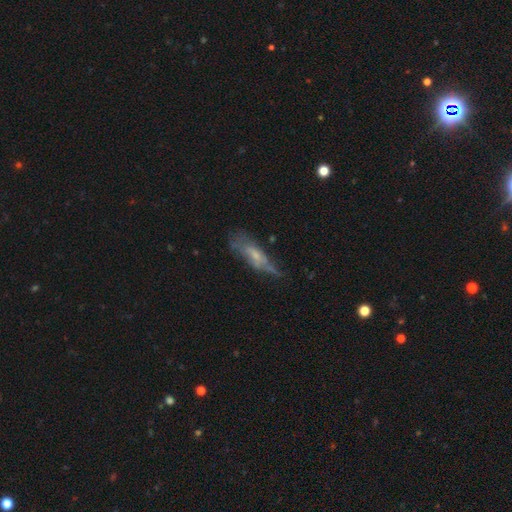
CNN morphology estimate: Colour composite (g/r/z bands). It shows a featured or disk galaxy (50%). Merging: none (45%).